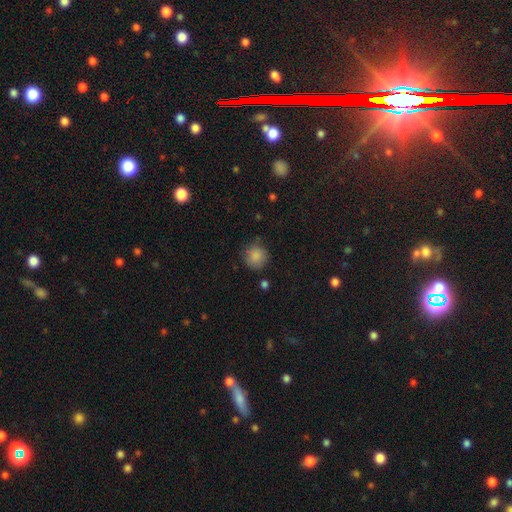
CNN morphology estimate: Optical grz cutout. It shows a smooth galaxy with no disk features (86%) that is round (91%). Merging: none (78%).